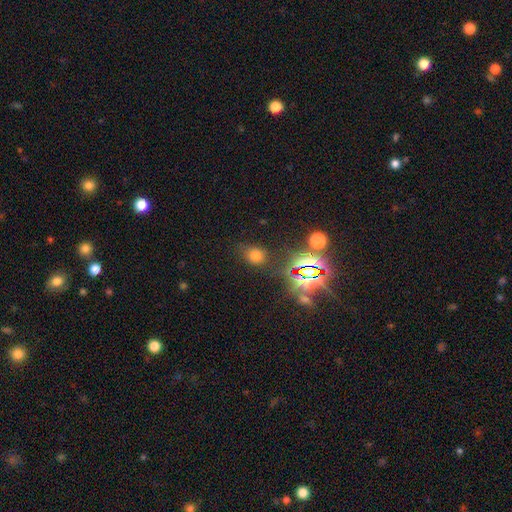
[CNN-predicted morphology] Q: Smooth or featured?
A: smooth (63%); runner-up: star or artifact (28%)
Q: How rounded?
A: round (64%); runner-up: in between (35%)
Q: Merging?
A: none (78%); runner-up: minor disturbance (14%)